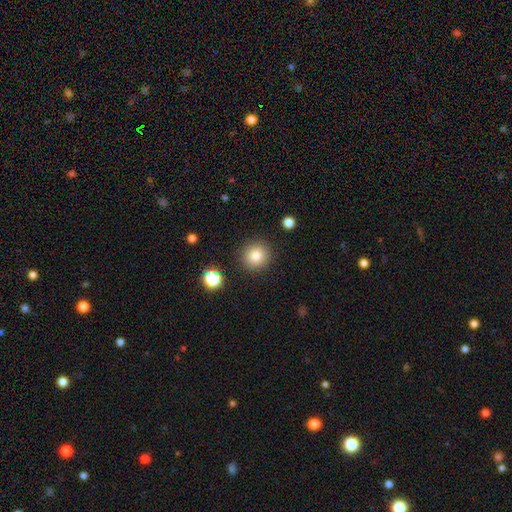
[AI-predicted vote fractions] Smooth or featured? Predicted: smooth (p=0.82). How rounded? Predicted: round (p=0.94). Merging? Predicted: none (p=0.90).